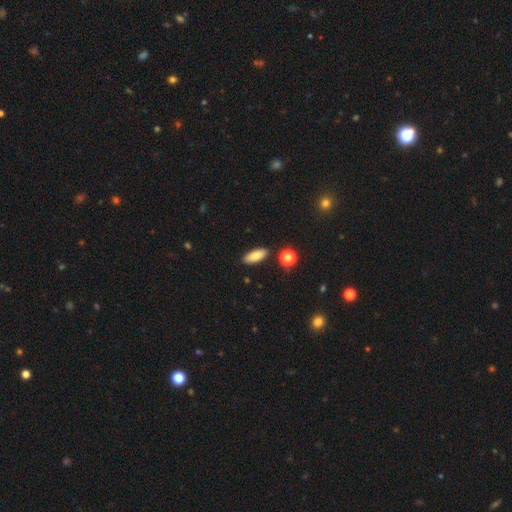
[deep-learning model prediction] A smooth galaxy with no disk features (81%) that is in between round and cigar-shaped (73%). Merging: none (86%).